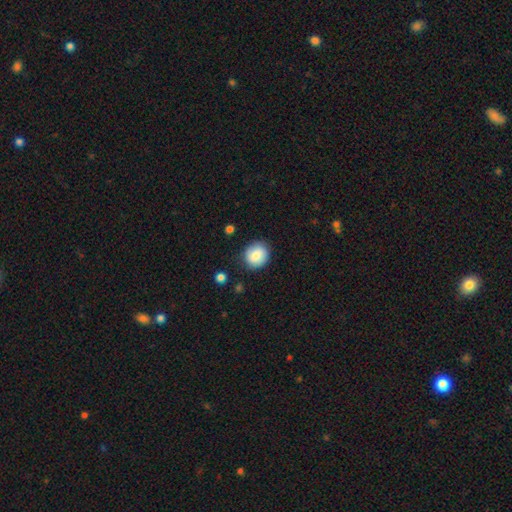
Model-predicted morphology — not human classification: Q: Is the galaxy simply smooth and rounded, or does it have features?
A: smooth — 81%.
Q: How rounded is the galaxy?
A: round — 79%.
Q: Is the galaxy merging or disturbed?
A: none — 83%.